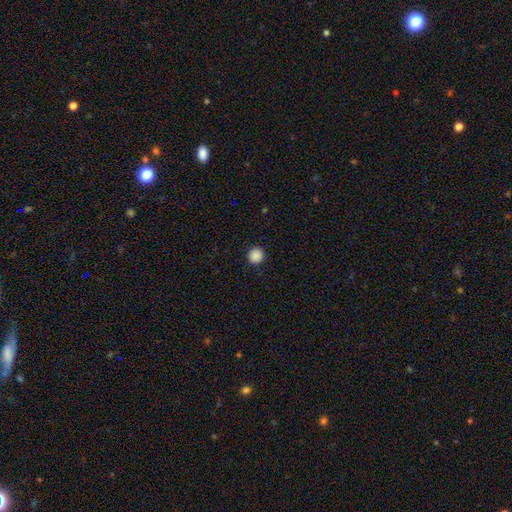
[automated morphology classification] Q: Smooth or featured?
A: smooth (88%); runner-up: star or artifact (10%)
Q: How rounded?
A: round (94%); runner-up: in between (6%)
Q: Merging?
A: none (93%); runner-up: minor disturbance (5%)